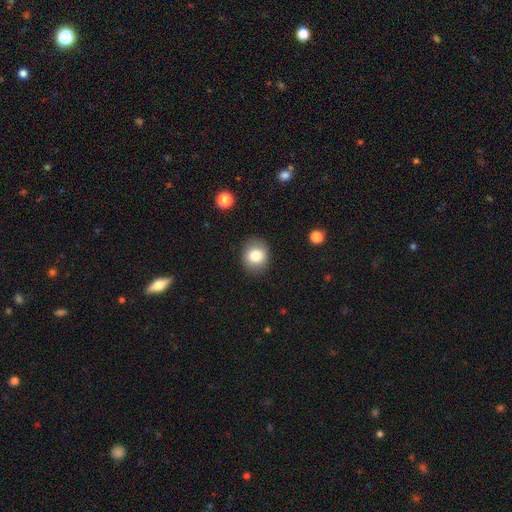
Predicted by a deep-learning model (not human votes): Morphology: type=smooth (82%); roundness=round (68%); merging=none (86%).